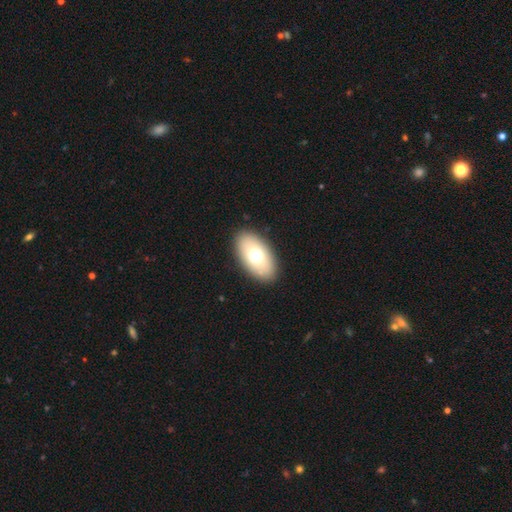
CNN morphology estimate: A smooth galaxy with no disk features (69%) that is in between round and cigar-shaped (93%).

Vote fractions:
- Smooth or featured? smooth: 69% / featured or disk: 23% / star or artifact: 8%
- How rounded? in between: 93% / round: 5% / cigar-shaped: 2%
- Merging? none: 89% / minor disturbance: 7% / major disturbance: 3% / merger: 1%